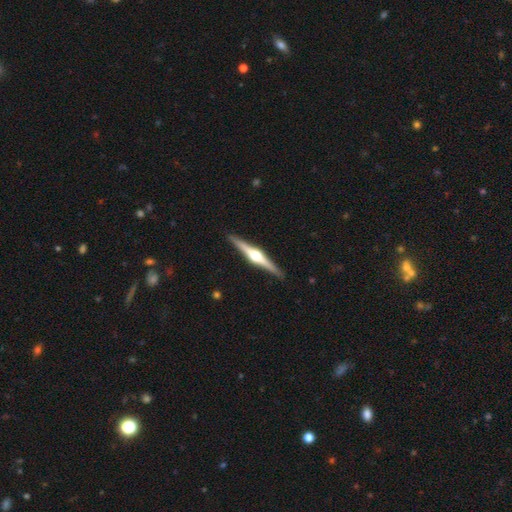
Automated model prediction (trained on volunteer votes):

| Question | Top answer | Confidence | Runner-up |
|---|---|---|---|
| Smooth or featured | featured or disk | 84% | smooth (11%) |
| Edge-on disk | yes | 98% | no (2%) |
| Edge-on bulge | rounded | 95% | boxy (3%) |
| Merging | none | 91% | minor disturbance (6%) |